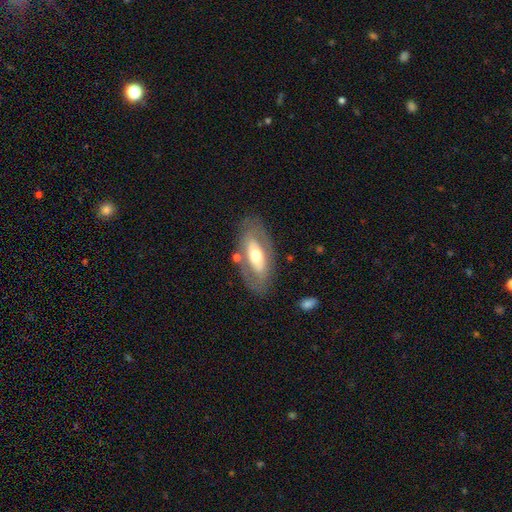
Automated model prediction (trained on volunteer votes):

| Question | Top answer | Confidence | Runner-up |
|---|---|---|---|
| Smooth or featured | featured or disk | 56% | smooth (38%) |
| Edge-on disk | no | 81% | yes (19%) |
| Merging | none | 76% | minor disturbance (14%) |